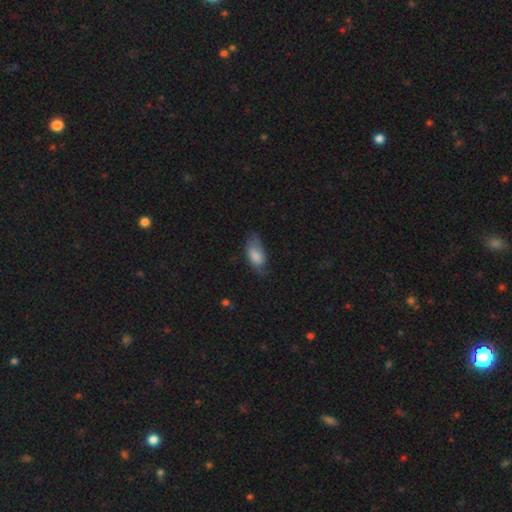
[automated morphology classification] Q: Smooth or featured?
A: smooth (74%); runner-up: featured or disk (19%)
Q: How rounded?
A: in between (90%); runner-up: cigar-shaped (7%)
Q: Merging?
A: none (48%); runner-up: minor disturbance (34%)